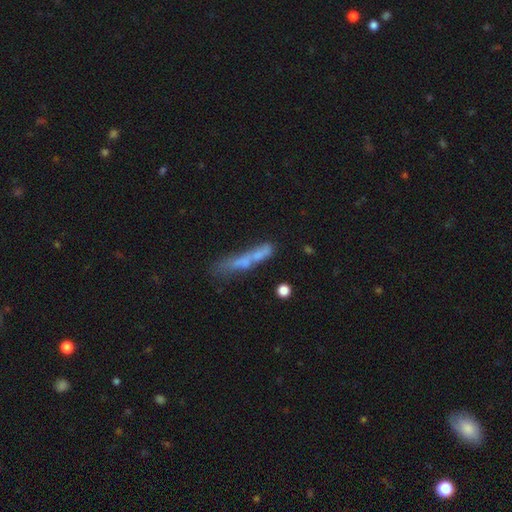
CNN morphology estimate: Smooth or featured?
  - smooth: 50% *
  - featured or disk: 36%
  - star or artifact: 13%
How rounded?
  - cigar-shaped: 86% *
  - in between: 11%
  - round: 3%
Merging?
  - none: 40% *
  - merger: 23%
  - minor disturbance: 20%
  - major disturbance: 18%